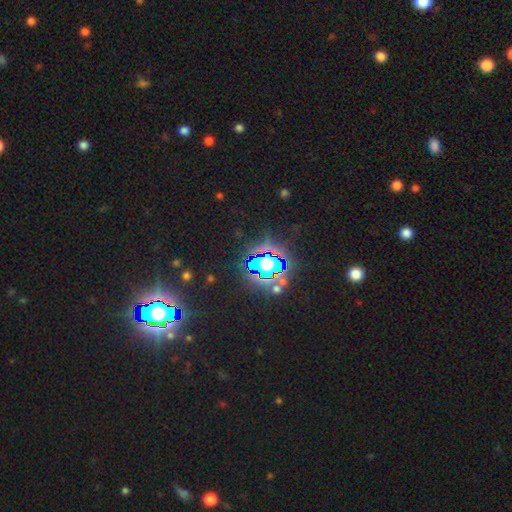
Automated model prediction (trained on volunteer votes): This is likely a star or artifact rather than a galaxy (72%).